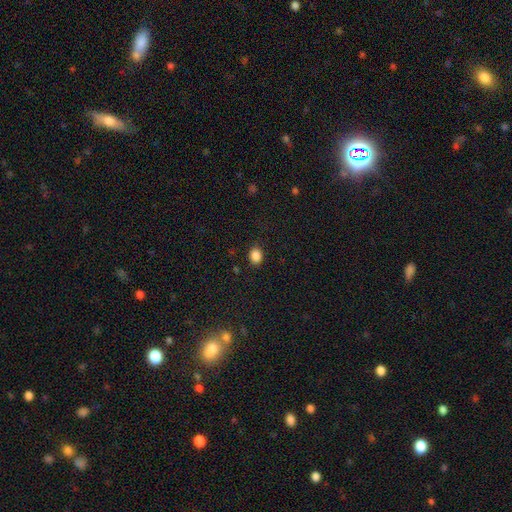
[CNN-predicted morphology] Q: Smooth or featured?
A: smooth (87%); runner-up: star or artifact (10%)
Q: How rounded?
A: in between (54%); runner-up: round (45%)
Q: Merging?
A: none (85%); runner-up: minor disturbance (10%)